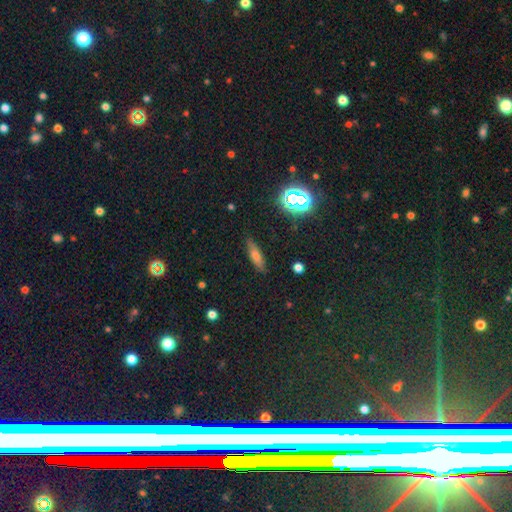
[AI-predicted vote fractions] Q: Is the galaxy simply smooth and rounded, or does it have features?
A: smooth — 57%.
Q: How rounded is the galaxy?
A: cigar-shaped — 68%.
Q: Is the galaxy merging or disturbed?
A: none — 86%.